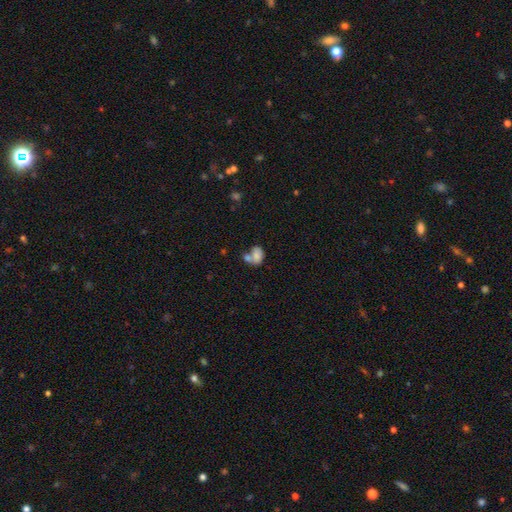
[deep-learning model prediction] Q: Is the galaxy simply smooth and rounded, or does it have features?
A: smooth — 73%.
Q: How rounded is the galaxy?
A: in between — 72%.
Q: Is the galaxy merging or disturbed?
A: merger — 54%.